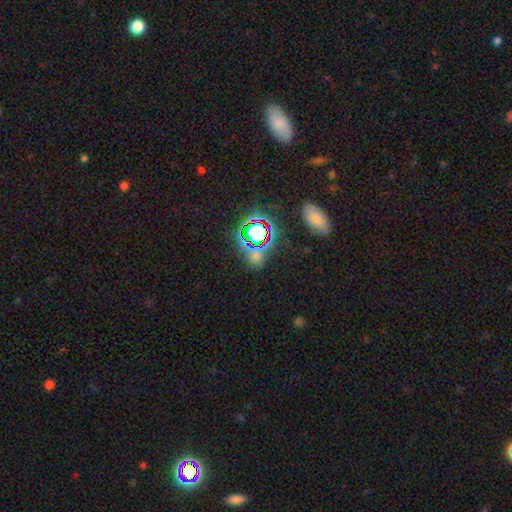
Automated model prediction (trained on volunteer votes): This appears to be a star or artifact, not a galaxy (56%).